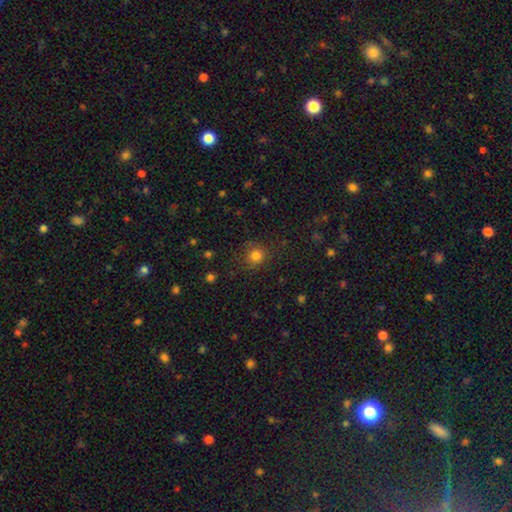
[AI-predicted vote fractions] Smooth or featured? Predicted: smooth (p=0.82). How rounded? Predicted: round (p=0.87). Merging? Predicted: none (p=0.81).